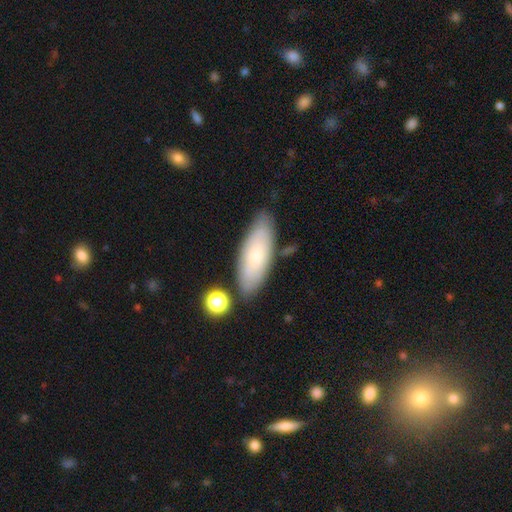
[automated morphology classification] A smooth galaxy with no disk features (68%) that is in between round and cigar-shaped (72%). Merging: none (78%).